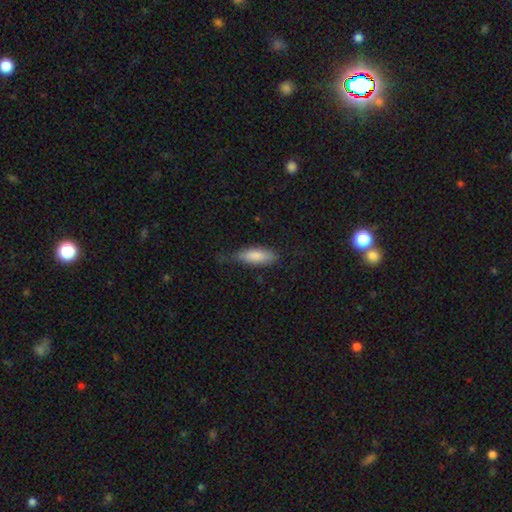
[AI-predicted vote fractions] A smooth galaxy with no disk features (81%) that is in between round and cigar-shaped (60%). Merging: none (62%).